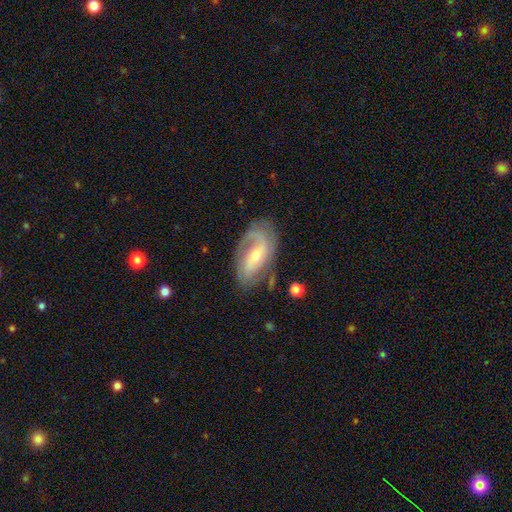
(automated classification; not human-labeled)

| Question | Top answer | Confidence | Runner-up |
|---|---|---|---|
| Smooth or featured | featured or disk | 81% | smooth (13%) |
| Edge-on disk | no | 95% | yes (5%) |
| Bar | no | 43% | weak (41%) |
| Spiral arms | yes | 93% | no (7%) |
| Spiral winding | medium | 42% | tight (31%) |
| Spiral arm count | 2 | 57% | 1 (23%) |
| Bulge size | small | 53% | moderate (43%) |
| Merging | none | 68% | minor disturbance (20%) |